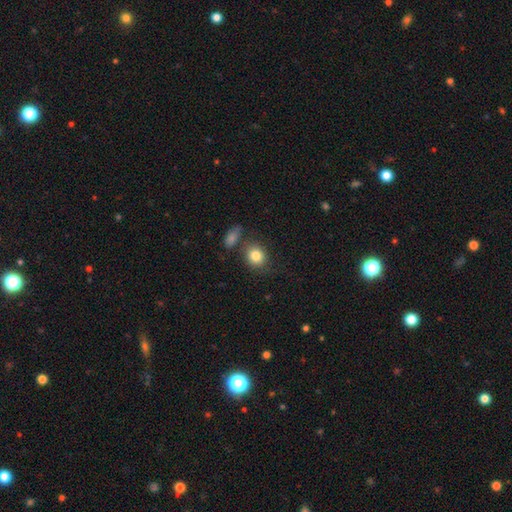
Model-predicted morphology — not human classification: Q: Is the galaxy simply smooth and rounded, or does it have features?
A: smooth — 83%.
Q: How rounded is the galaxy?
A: round — 67%.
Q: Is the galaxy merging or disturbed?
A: none — 69%.